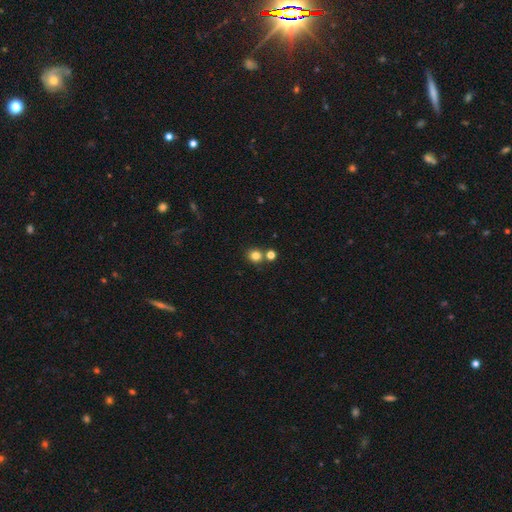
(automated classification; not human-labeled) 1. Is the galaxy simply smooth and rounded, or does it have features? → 81% smooth, 13% star or artifact, 6% featured or disk.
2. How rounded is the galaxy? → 84% round, 15% in between, 1% cigar-shaped.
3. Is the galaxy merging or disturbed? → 71% none, 19% merger, 8% minor disturbance, 3% major disturbance.